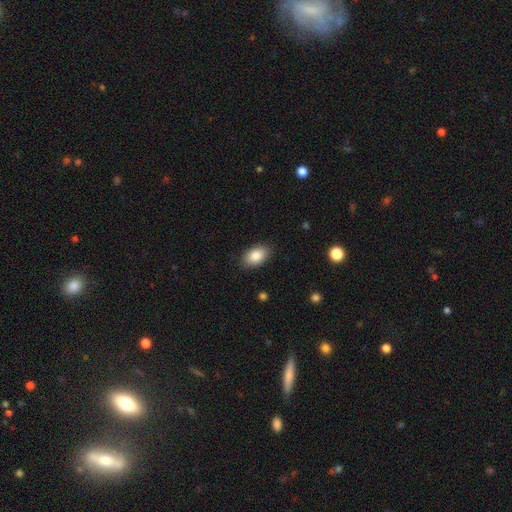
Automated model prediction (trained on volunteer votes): The model was most divided on "merging": none: 86%, minor disturbance: 10%, major disturbance: 2%, merger: 1%. More confident: how rounded — in between (92%); smooth or featured — smooth (87%).